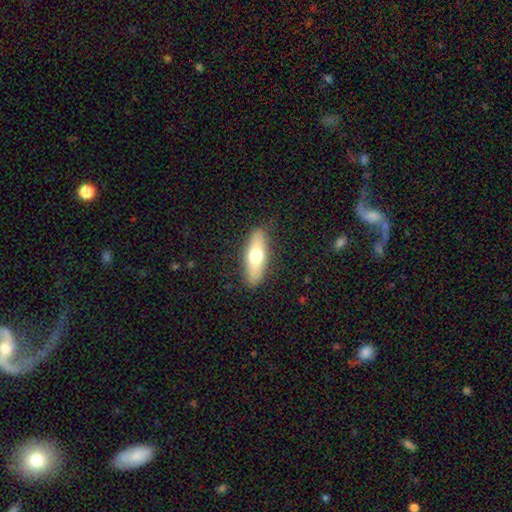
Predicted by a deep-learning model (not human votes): Q: Smooth or featured?
A: smooth (57%); runner-up: featured or disk (36%)
Q: How rounded?
A: in between (56%); runner-up: cigar-shaped (40%)
Q: Merging?
A: none (86%); runner-up: minor disturbance (10%)